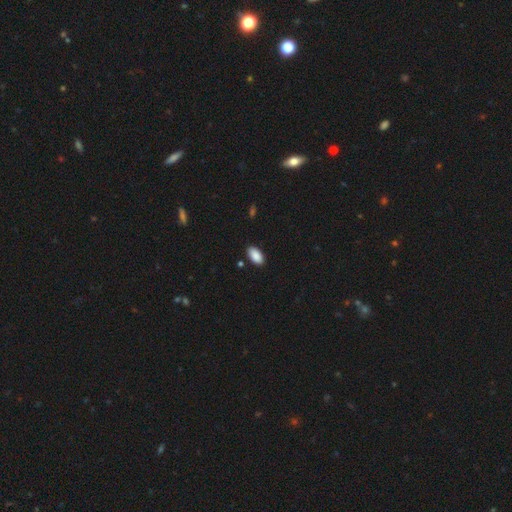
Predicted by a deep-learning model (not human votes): Smooth or featured: smooth — 90% (star or artifact — 7%)
How rounded: in between — 95% (round — 3%)
Merging: none — 87% (minor disturbance — 9%)